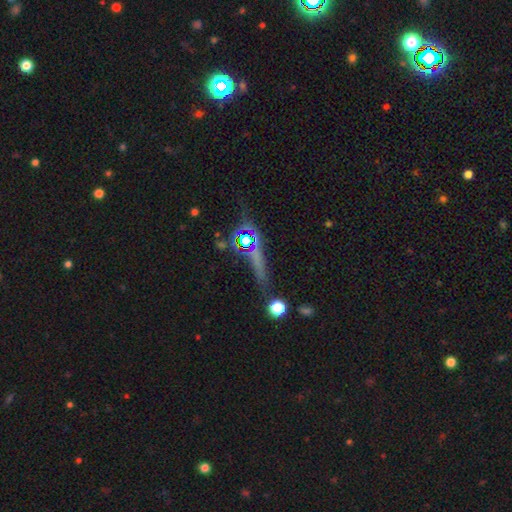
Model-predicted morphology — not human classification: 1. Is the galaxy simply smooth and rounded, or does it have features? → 43% star or artifact, 30% smooth, 27% featured or disk.